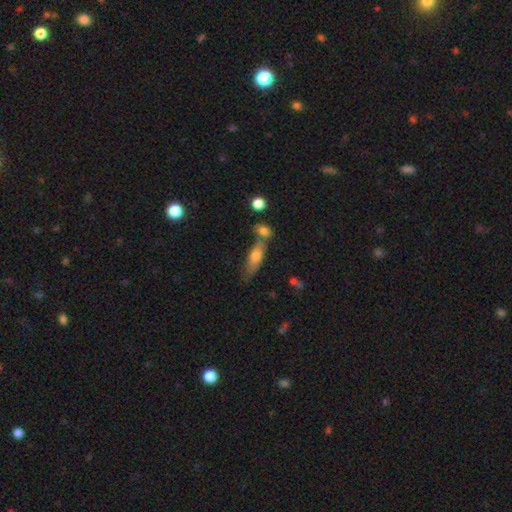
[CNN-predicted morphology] smooth 70%, featured or disk 22%, star or artifact 7%. Down the decision tree: how rounded — in between (58%); merging — none (47%).